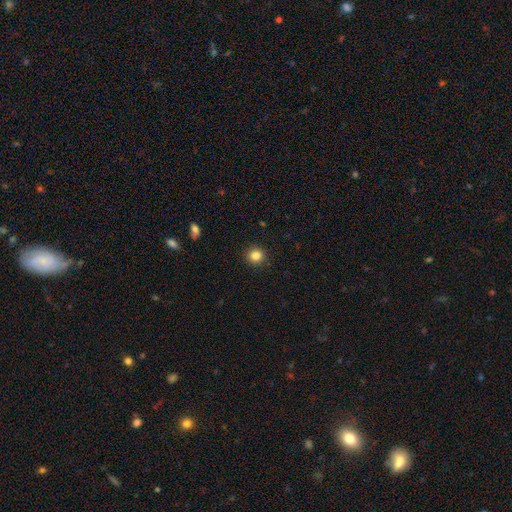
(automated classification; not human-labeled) smooth 84%, star or artifact 11%, featured or disk 5%. Down the decision tree: how rounded — round (91%); merging — none (92%).